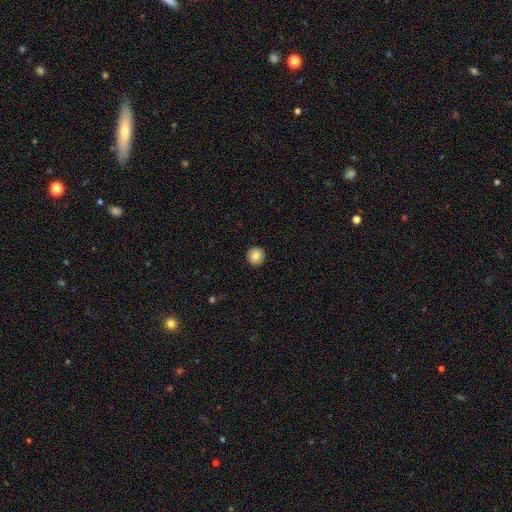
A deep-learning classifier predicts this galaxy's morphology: This is clearly a smooth galaxy (84%). How rounded: clearly round (94%). Merging: clearly none (93%).